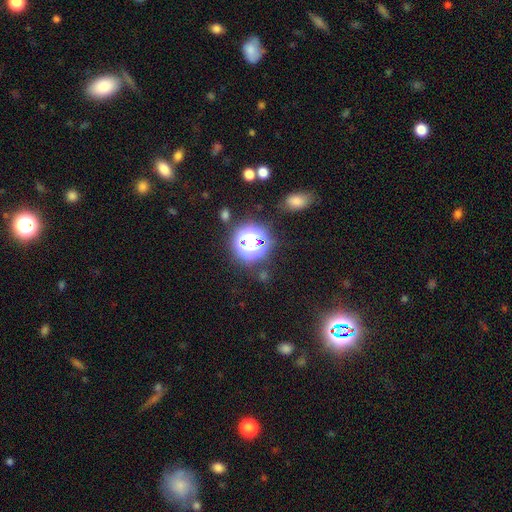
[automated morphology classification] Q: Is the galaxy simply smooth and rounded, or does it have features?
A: star or artifact — 74%.